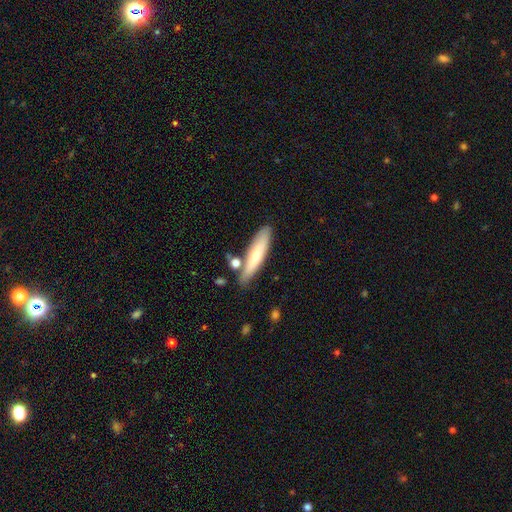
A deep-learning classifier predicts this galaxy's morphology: Smooth or featured?
  - smooth: 65% *
  - featured or disk: 29%
  - star or artifact: 6%
How rounded?
  - cigar-shaped: 80% *
  - in between: 19%
  - round: 2%
Merging?
  - none: 75% *
  - minor disturbance: 14%
  - merger: 8%
  - major disturbance: 3%